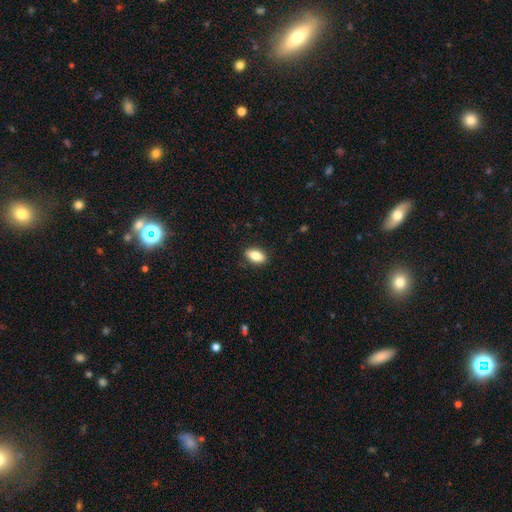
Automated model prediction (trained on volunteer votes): Q: Smooth or featured?
A: smooth (81%); runner-up: featured or disk (11%)
Q: How rounded?
A: in between (88%); runner-up: cigar-shaped (7%)
Q: Merging?
A: none (88%); runner-up: minor disturbance (9%)